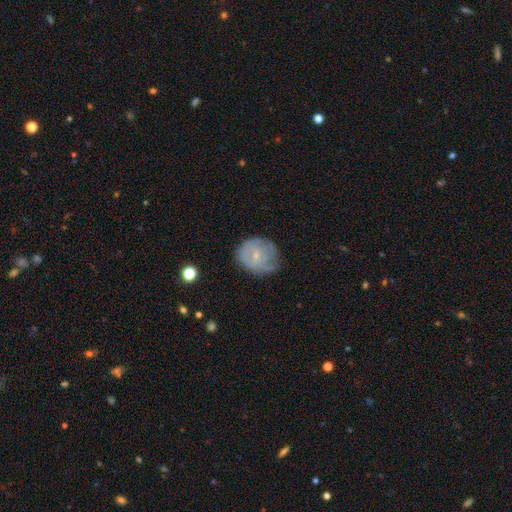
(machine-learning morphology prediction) This appears to be a featured or disk galaxy (62%) with no bar (58%), spiral arms (74%) and a small central bulge (74%). Merging: none (58%).